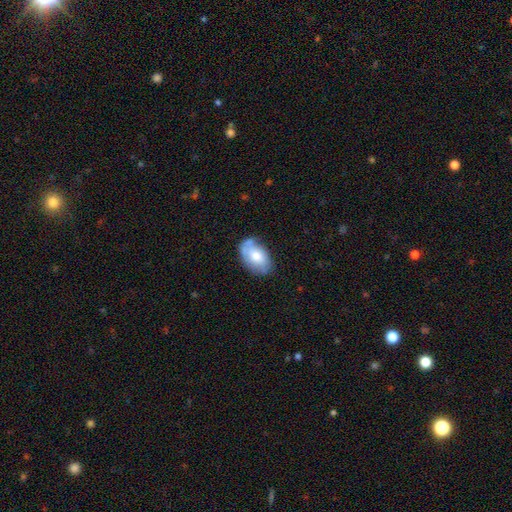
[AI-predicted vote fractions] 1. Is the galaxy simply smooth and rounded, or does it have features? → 60% smooth, 33% featured or disk, 7% star or artifact.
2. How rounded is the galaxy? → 90% in between, 9% round, 1% cigar-shaped.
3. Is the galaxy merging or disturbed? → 59% none, 28% minor disturbance, 8% major disturbance, 5% merger.